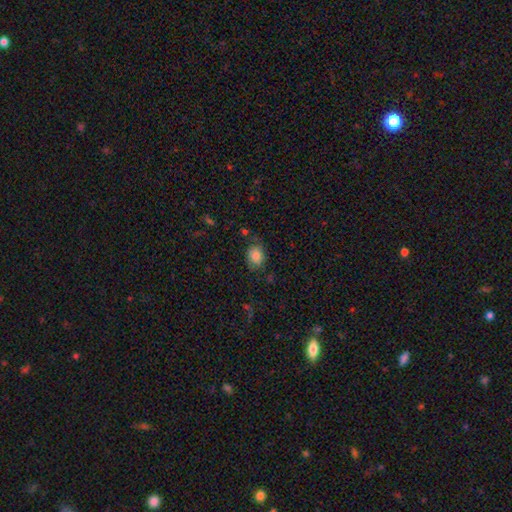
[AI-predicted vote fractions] A smooth galaxy with no disk features (82%) that is in between round and cigar-shaped (56%).

Vote fractions:
- Smooth or featured? smooth: 82% / star or artifact: 9% / featured or disk: 8%
- How rounded? in between: 56% / round: 43% / cigar-shaped: 1%
- Merging? none: 71% / minor disturbance: 20% / major disturbance: 6% / merger: 3%